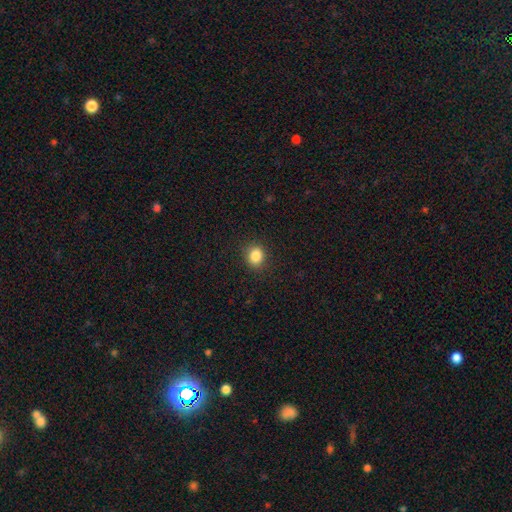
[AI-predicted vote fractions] This appears to be a smooth galaxy with no disk features (85%) that is round (72%). Merging: none (89%).